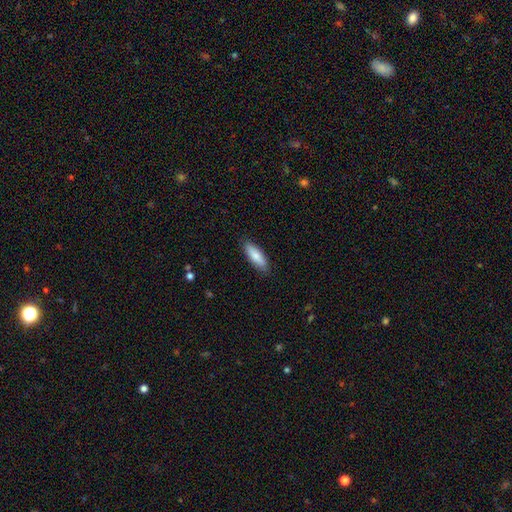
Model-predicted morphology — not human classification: smooth 82%, featured or disk 13%, star or artifact 6%. Down the decision tree: how rounded — in between (55%); merging — none (88%).